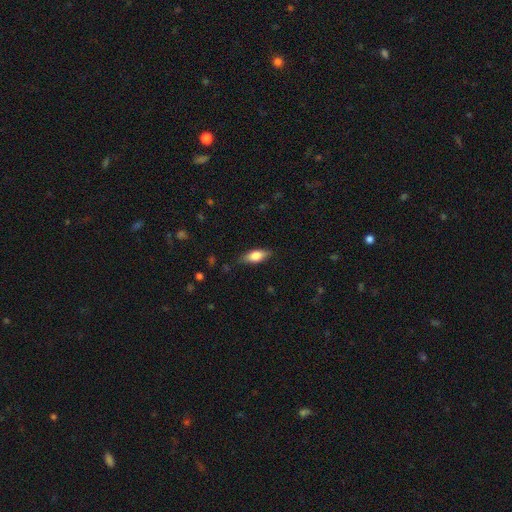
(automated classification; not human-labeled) Smooth or featured? Predicted: smooth (p=0.73). How rounded? Predicted: in between (p=0.78). Merging? Predicted: none (p=0.80).